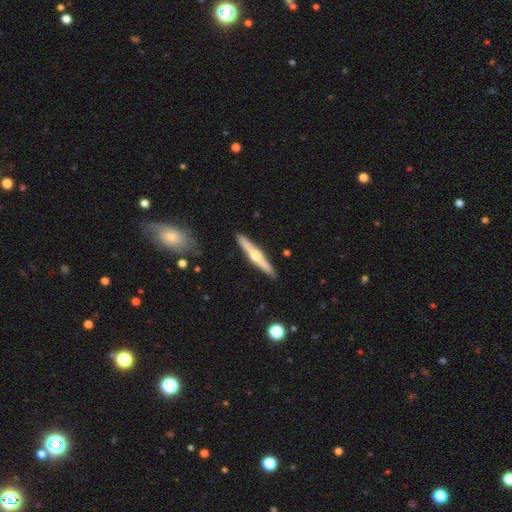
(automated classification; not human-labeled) Q: Smooth or featured?
A: featured or disk (64%); runner-up: smooth (31%)
Q: Edge-on disk?
A: yes (97%); runner-up: no (3%)
Q: Edge-on bulge?
A: rounded (91%); runner-up: none (7%)
Q: Merging?
A: none (90%); runner-up: minor disturbance (7%)